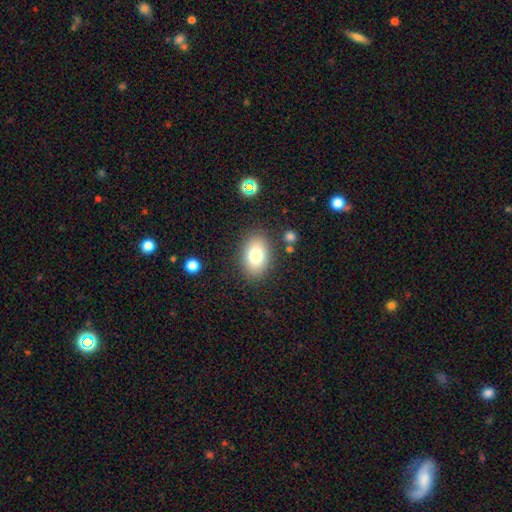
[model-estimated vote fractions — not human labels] Smooth or featured: smooth — 77% (featured or disk — 13%)
How rounded: in between — 83% (round — 16%)
Merging: none — 84% (minor disturbance — 10%)